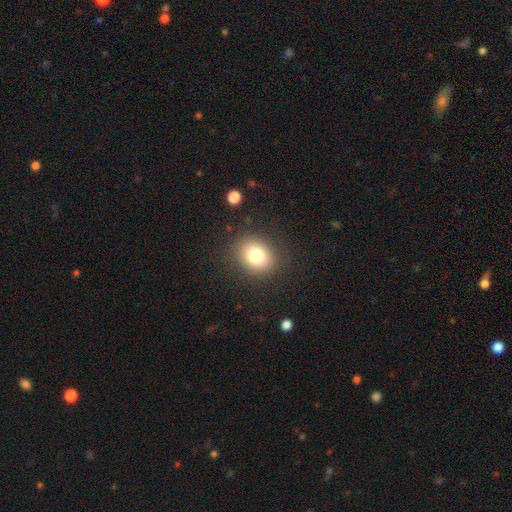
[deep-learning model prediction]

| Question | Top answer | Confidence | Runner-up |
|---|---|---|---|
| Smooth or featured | smooth | 79% | star or artifact (11%) |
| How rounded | round | 60% | in between (39%) |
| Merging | none | 86% | minor disturbance (9%) |